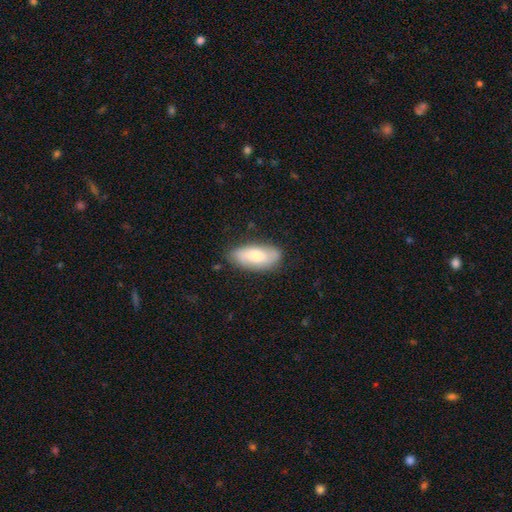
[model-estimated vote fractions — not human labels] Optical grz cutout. It shows a smooth galaxy with no disk features (68%) that is in between round and cigar-shaped (85%). Merging: none (80%).